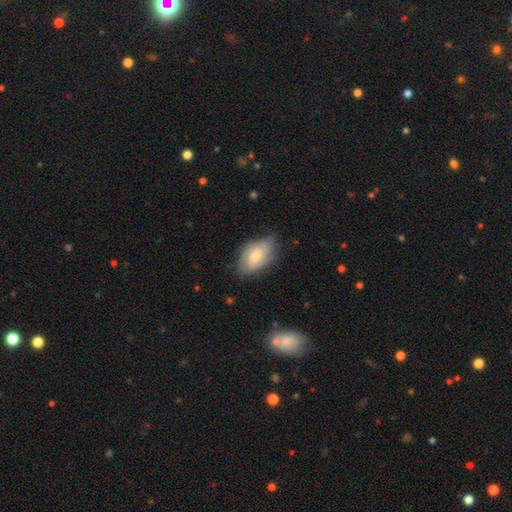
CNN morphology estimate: Smooth or featured: smooth — 61% (featured or disk — 33%)
How rounded: in between — 91% (round — 6%)
Merging: none — 63% (minor disturbance — 29%)